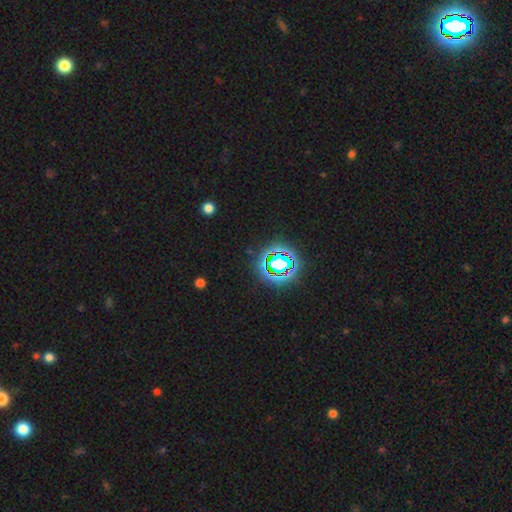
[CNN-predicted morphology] A star or artifact, not a galaxy (77%).

Vote fractions:
- Smooth or featured? star or artifact: 77% / smooth: 15% / featured or disk: 8%